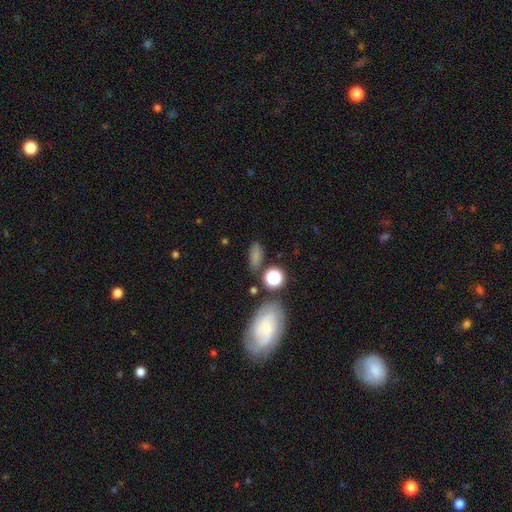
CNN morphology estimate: Smooth or featured? Predicted: smooth (p=0.73). How rounded? Predicted: in between (p=0.77). Merging? Predicted: none (p=0.72).